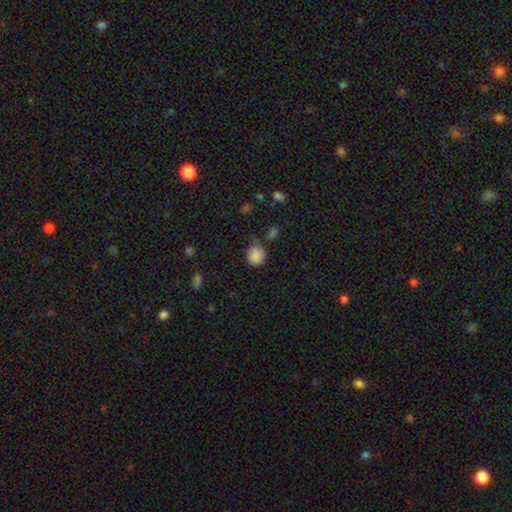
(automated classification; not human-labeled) Smooth or featured?
  - smooth: 85% *
  - star or artifact: 10%
  - featured or disk: 5%
How rounded?
  - round: 84% *
  - in between: 15%
  - cigar-shaped: 1%
Merging?
  - none: 61% *
  - minor disturbance: 27%
  - major disturbance: 6%
  - merger: 6%